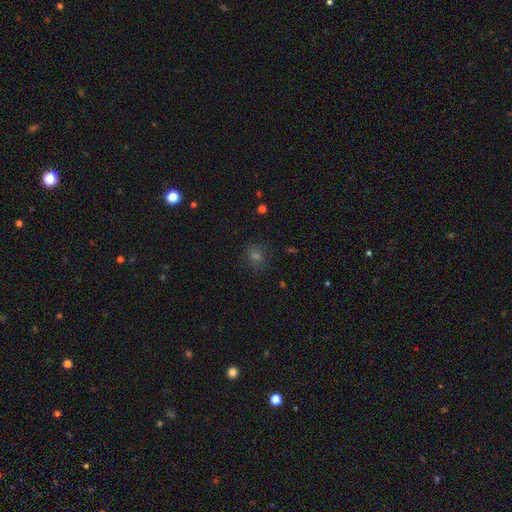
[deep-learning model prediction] Morphology: type=smooth (62%); roundness=round (84%); merging=none (85%).